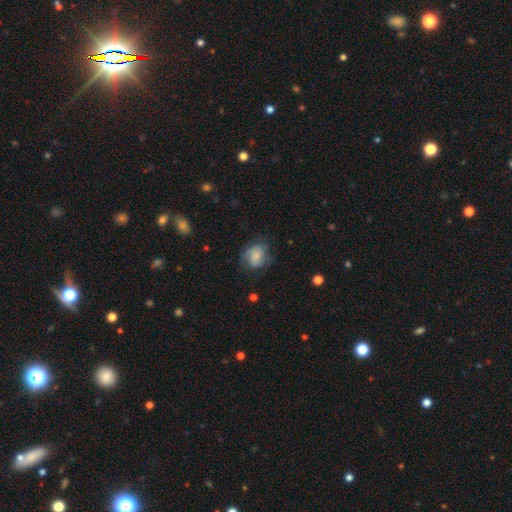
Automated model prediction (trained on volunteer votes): Smooth or featured?
  - smooth: 48% *
  - featured or disk: 44%
  - star or artifact: 8%
Merging?
  - none: 60% *
  - minor disturbance: 25%
  - major disturbance: 14%
  - merger: 1%